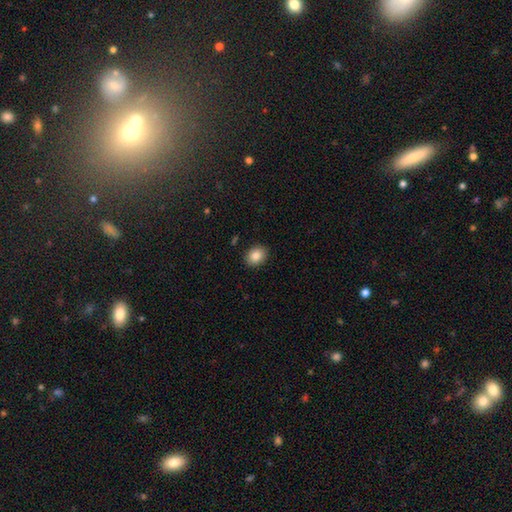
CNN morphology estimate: Smooth or featured? smooth (85%)
How rounded? in between (58%)
Merging? none (89%)